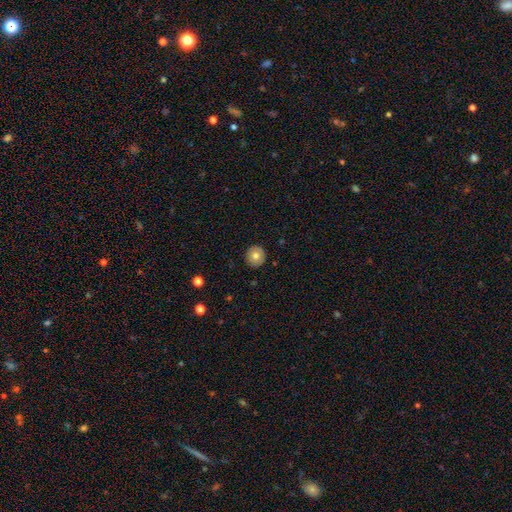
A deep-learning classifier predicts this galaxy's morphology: Q: Smooth or featured?
A: smooth (74%); runner-up: featured or disk (18%)
Q: How rounded?
A: round (93%); runner-up: in between (6%)
Q: Merging?
A: none (91%); runner-up: minor disturbance (6%)